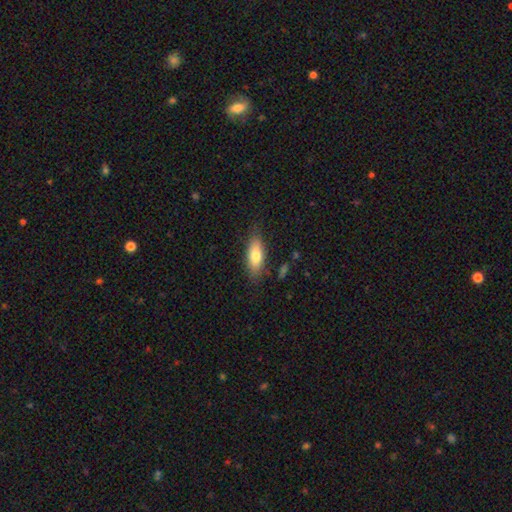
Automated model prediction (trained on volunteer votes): smooth 74%, featured or disk 19%, star or artifact 7%. Down the decision tree: how rounded — in between (75%); merging — none (80%).